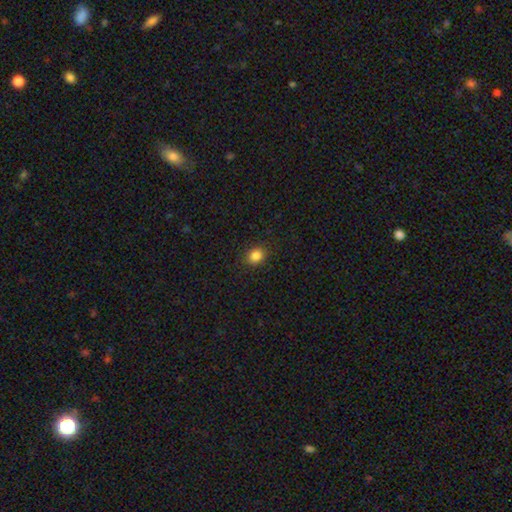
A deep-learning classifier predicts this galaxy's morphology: Smooth or featured: smooth — 85% (star or artifact — 11%)
How rounded: round — 60% (in between — 39%)
Merging: none — 89% (minor disturbance — 8%)